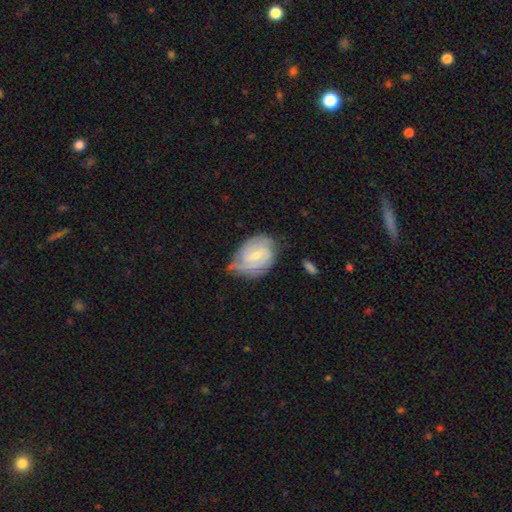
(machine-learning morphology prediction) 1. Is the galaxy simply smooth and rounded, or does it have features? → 82% featured or disk, 13% smooth, 5% star or artifact.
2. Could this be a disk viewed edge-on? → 97% no, 3% yes.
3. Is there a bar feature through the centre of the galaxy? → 56% weak, 30% no, 13% strong.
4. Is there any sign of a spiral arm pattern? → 95% yes, 5% no.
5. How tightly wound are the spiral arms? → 60% tight, 33% medium, 8% loose.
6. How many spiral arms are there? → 44% 2, 22% can't tell, 22% 3, 5% 4, 4% 1, 3% more than 4.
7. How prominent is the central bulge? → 55% small, 41% moderate, 2% none, 1% large, 1% dominant.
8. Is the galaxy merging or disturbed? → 62% none, 28% minor disturbance, 8% major disturbance, 2% merger.